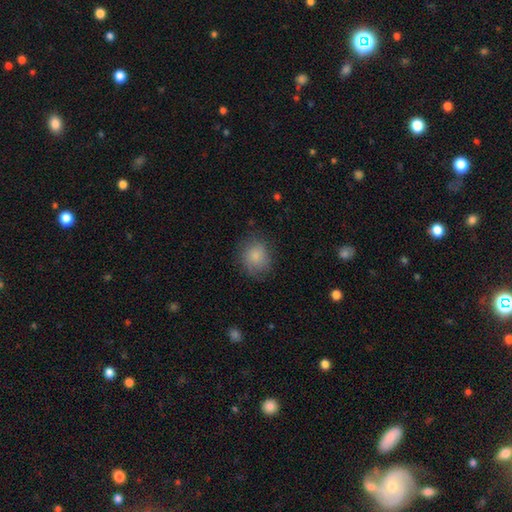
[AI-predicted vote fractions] Smooth or featured: smooth — 82% (featured or disk — 10%)
How rounded: round — 78% (in between — 21%)
Merging: none — 76% (minor disturbance — 17%)